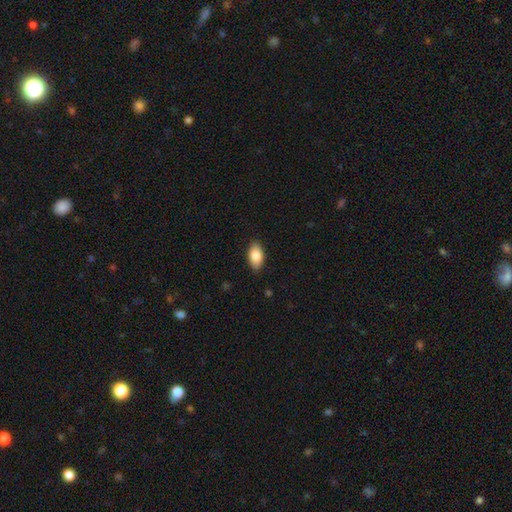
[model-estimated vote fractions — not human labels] Morphology: type=smooth (85%); roundness=in between (93%); merging=none (86%).